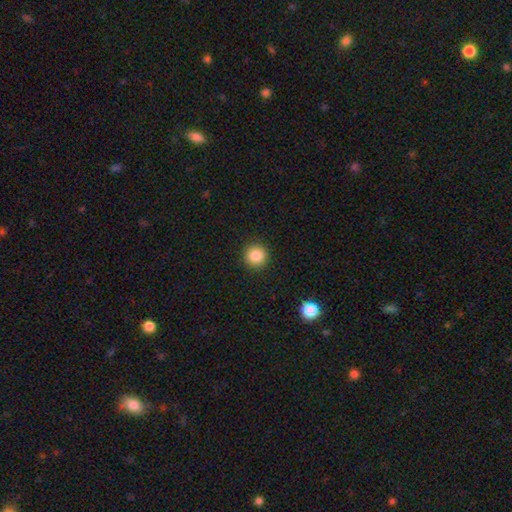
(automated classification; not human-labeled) Overall: smooth (86%). How rounded: round (95%). Merging: none (92%).